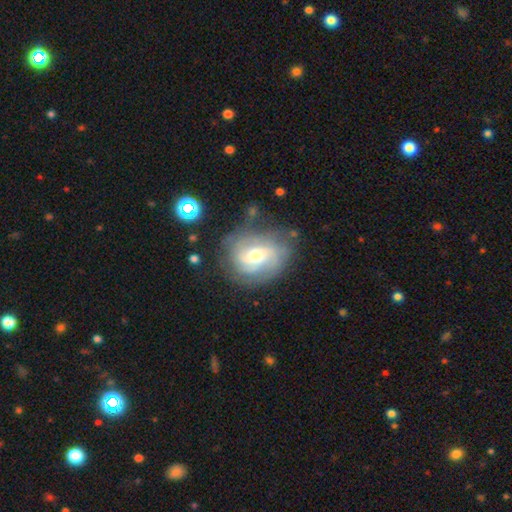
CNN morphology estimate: featured or disk 74%, smooth 18%, star or artifact 8%. Down the decision tree: edge-on disk — no (97%); bar — no (48%); spiral arms — yes (89%); spiral arm count — 2 (35%); spiral winding — tight (46%); bulge size — moderate (60%); merging — none (67%).